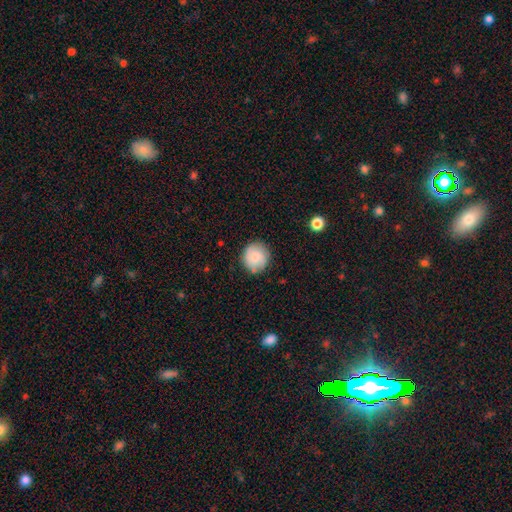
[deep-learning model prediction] Q: Smooth or featured?
A: smooth (80%); runner-up: featured or disk (13%)
Q: How rounded?
A: round (90%); runner-up: in between (9%)
Q: Merging?
A: none (83%); runner-up: minor disturbance (12%)